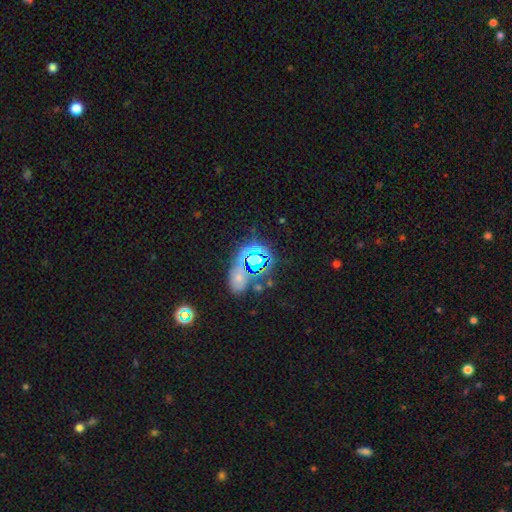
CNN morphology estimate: The model was most divided on "smooth or featured": star or artifact: 67%, smooth: 22%, featured or disk: 12%.